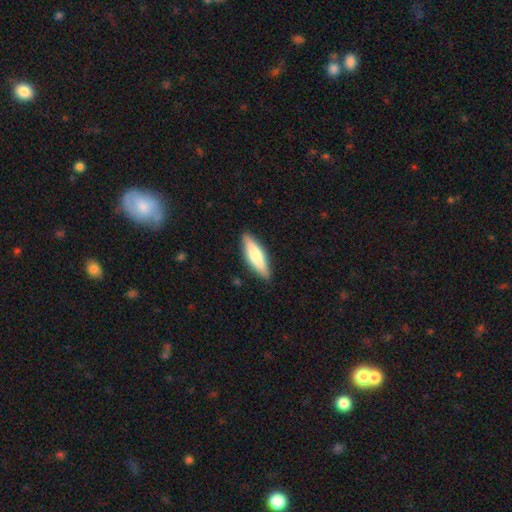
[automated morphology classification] The model was most divided on "how rounded": cigar-shaped: 66%, in between: 33%, round: 2%. More confident: merging — none (88%); smooth or featured — smooth (65%).